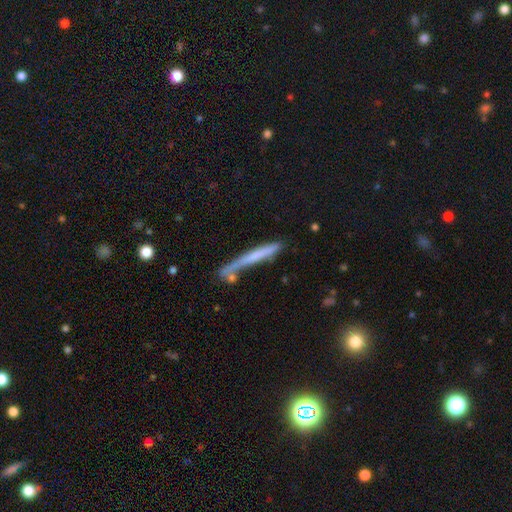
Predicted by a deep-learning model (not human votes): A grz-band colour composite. It shows a smooth galaxy with no disk features (53%) that is cigar-shaped (96%). Merging: none (61%).